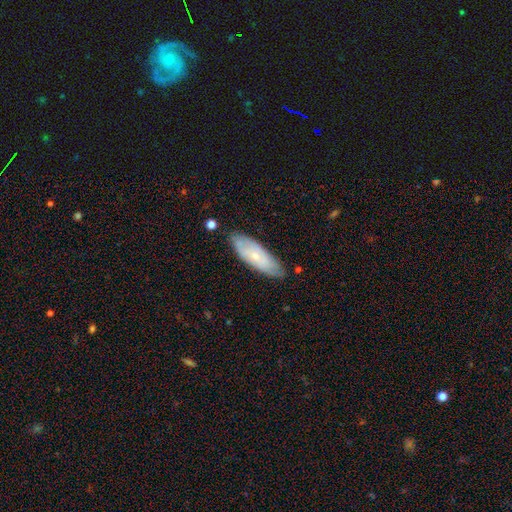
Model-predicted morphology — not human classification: smooth_or_featured: featured or disk (p=0.47) [tied with: smooth p=0.47]
merging: none (p=0.77) [alt: minor disturbance p=0.18]